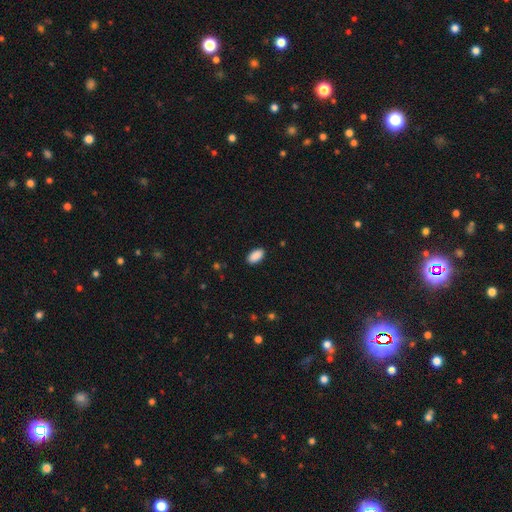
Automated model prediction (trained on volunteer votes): Smooth or featured? smooth (90%)
How rounded? in between (94%)
Merging? none (89%)